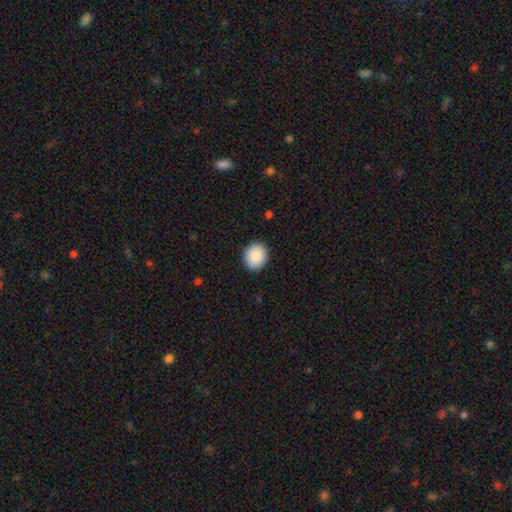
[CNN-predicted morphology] Smooth or featured: smooth — 89% (star or artifact — 7%)
How rounded: round — 71% (in between — 28%)
Merging: none — 90% (minor disturbance — 7%)